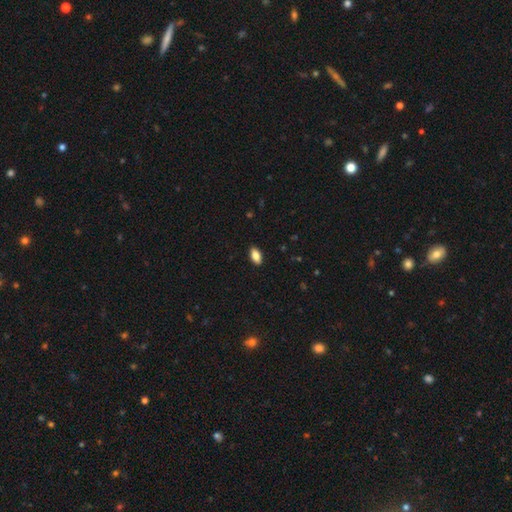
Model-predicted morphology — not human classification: Smooth or featured? smooth (83%)
How rounded? in between (90%)
Merging? none (90%)